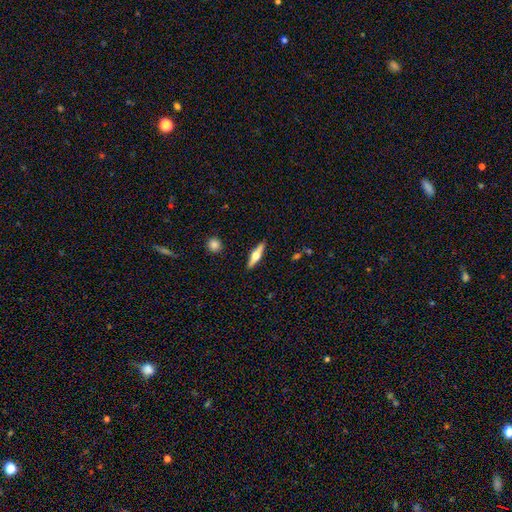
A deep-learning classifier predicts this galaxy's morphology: smooth_or_featured: featured or disk (p=0.60) [alt: smooth p=0.34]
disk_edge_on: yes (p=0.95) [alt: no p=0.05]
edge_on_bulge: rounded (p=0.95) [alt: boxy p=0.03]
merging: none (p=0.90) [alt: minor disturbance p=0.07]